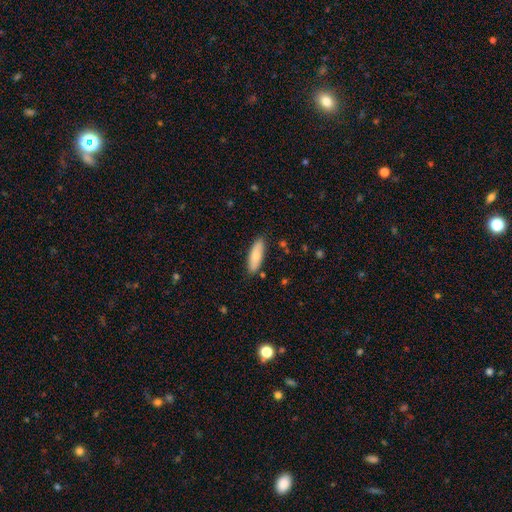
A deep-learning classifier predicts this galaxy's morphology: Smooth or featured: smooth — 76% (featured or disk — 18%)
How rounded: in between — 60% (cigar-shaped — 38%)
Merging: none — 86% (minor disturbance — 11%)